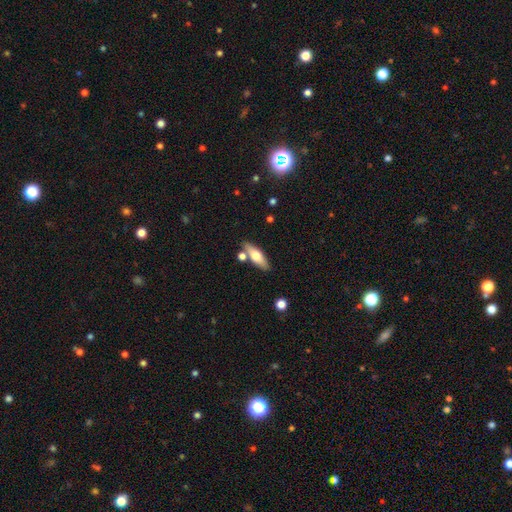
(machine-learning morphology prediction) smooth_or_featured: smooth (p=0.57) [alt: featured or disk p=0.36]
how_rounded: in between (p=0.55) [alt: cigar-shaped p=0.42]
merging: none (p=0.76) [alt: minor disturbance p=0.11]